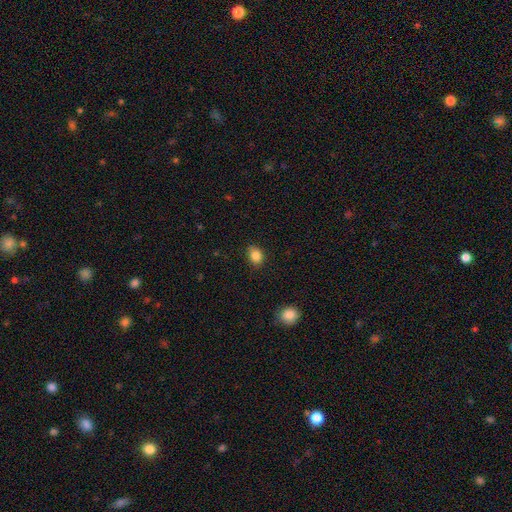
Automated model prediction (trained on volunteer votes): smooth 85%, star or artifact 10%, featured or disk 4%. Down the decision tree: how rounded — in between (54%); merging — none (83%).